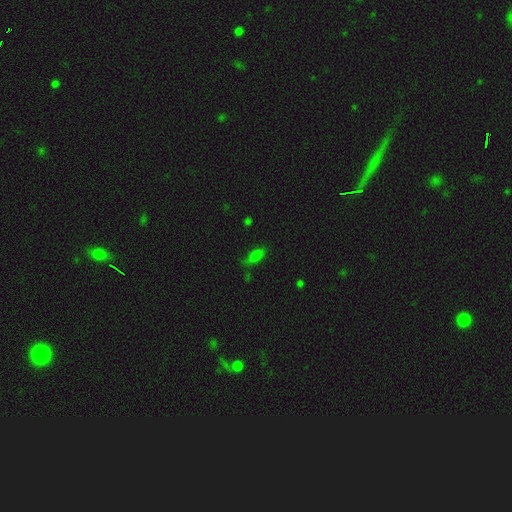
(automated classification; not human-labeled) smooth-or-featured: smooth: 69% | star or artifact: 19% | featured or disk: 12%
  how-rounded: in between: 72% | cigar-shaped: 22% | round: 6%
  merging: none: 68% | minor disturbance: 22% | major disturbance: 7% | merger: 3%